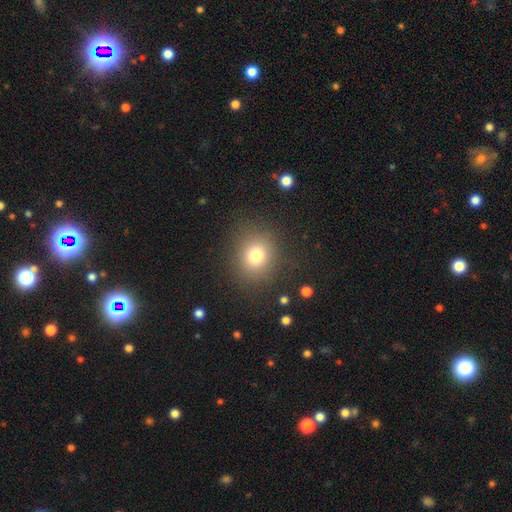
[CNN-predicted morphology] A smooth galaxy with no disk features (77%) that is round (77%).

Vote fractions:
- Smooth or featured? smooth: 77% / star or artifact: 14% / featured or disk: 9%
- How rounded? round: 77% / in between: 22% / cigar-shaped: 1%
- Merging? none: 85% / minor disturbance: 9% / major disturbance: 5% / merger: 1%